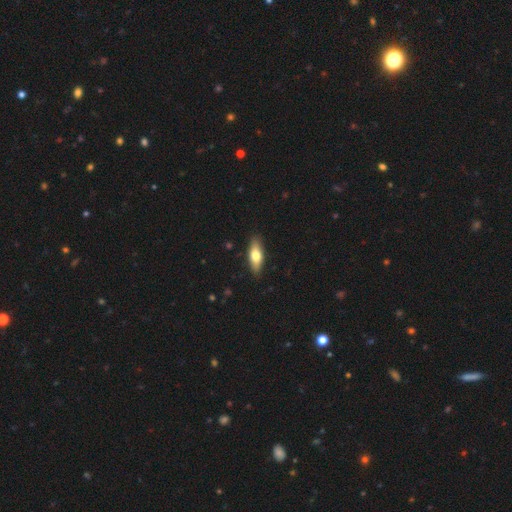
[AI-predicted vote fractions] Smooth or featured? smooth (63%)
How rounded? in between (60%)
Merging? none (88%)